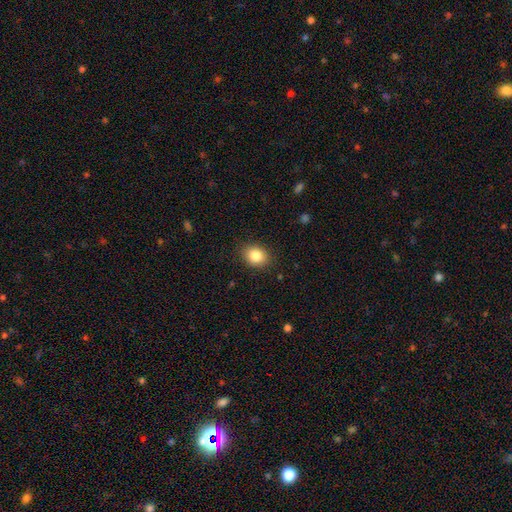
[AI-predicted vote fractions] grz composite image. It shows a smooth galaxy with no disk features (84%) that is in between round and cigar-shaped (52%). Merging: none (88%).